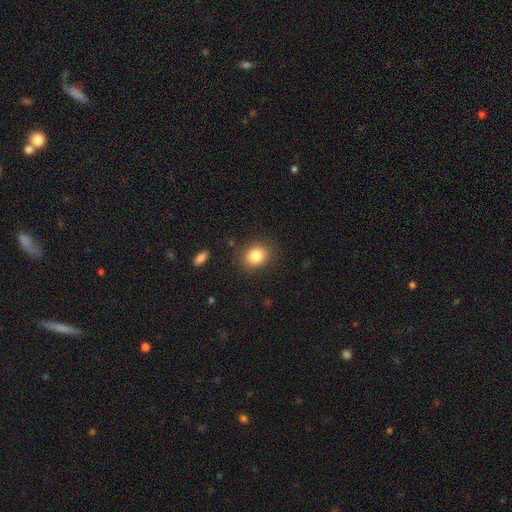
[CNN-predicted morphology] type=smooth (83%); roundness=round (56%); merging=none (85%).